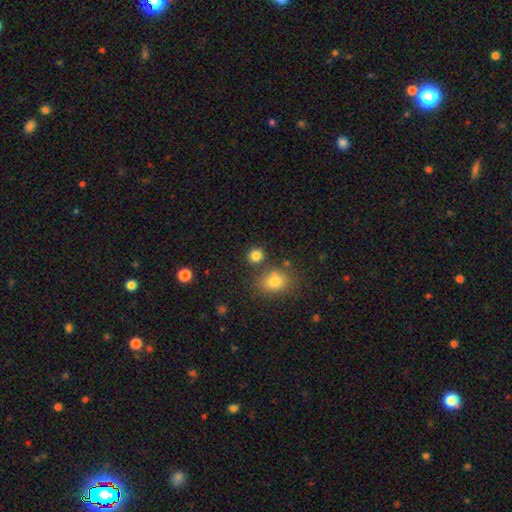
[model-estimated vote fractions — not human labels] Overall: smooth (83%). How rounded: round (84%). Merging: none (79%).